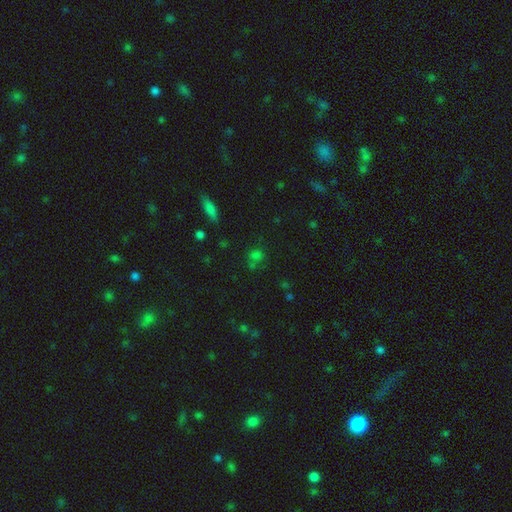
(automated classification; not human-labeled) smooth-or-featured: smooth: 56% | star or artifact: 35% | featured or disk: 9%
  how-rounded: round: 66% | in between: 31% | cigar-shaped: 3%
  merging: none: 61% | minor disturbance: 16% | merger: 14% | major disturbance: 8%